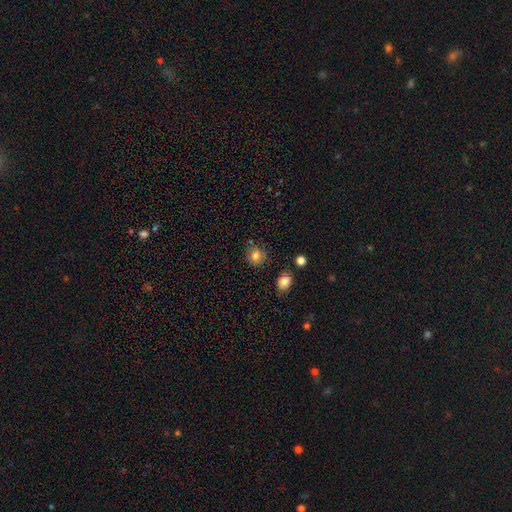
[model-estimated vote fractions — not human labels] Overall: smooth (81%). How rounded: round (77%). Merging: none (79%).